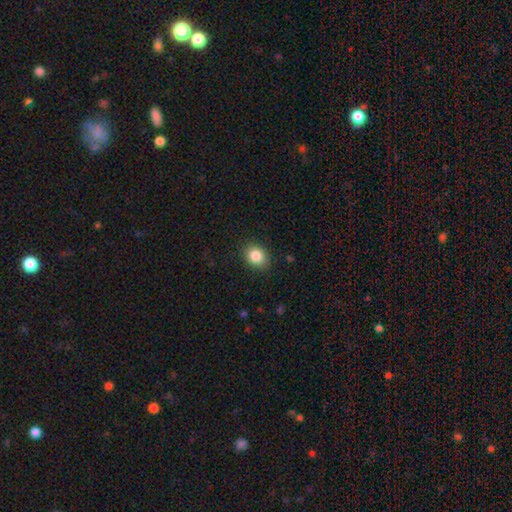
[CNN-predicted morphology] smooth_or_featured: smooth (p=0.86) [alt: star or artifact p=0.09]
how_rounded: in between (p=0.54) [alt: round p=0.46]
merging: none (p=0.87) [alt: minor disturbance p=0.09]